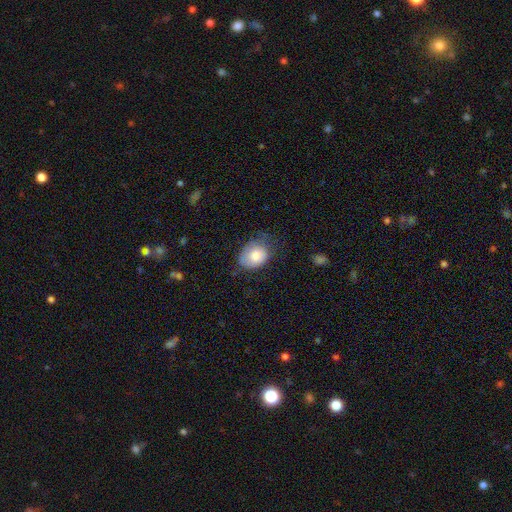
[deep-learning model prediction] smooth-or-featured: smooth: 77% | featured or disk: 16% | star or artifact: 7%
  how-rounded: in between: 61% | round: 38% | cigar-shaped: 1%
  merging: none: 49% | minor disturbance: 35% | major disturbance: 14% | merger: 2%